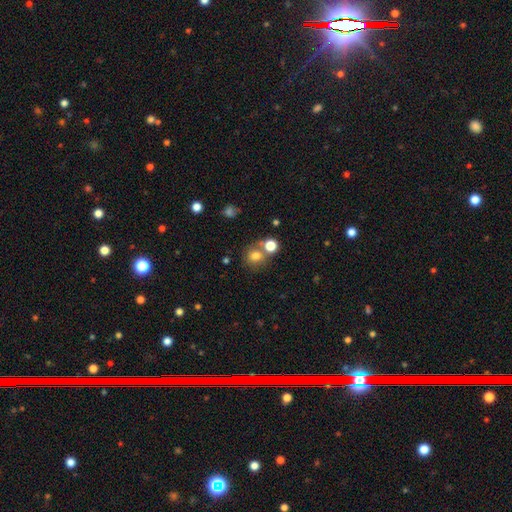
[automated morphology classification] Smooth or featured? Predicted: smooth (p=0.76). How rounded? Predicted: round (p=0.78). Merging? Predicted: none (p=0.57).